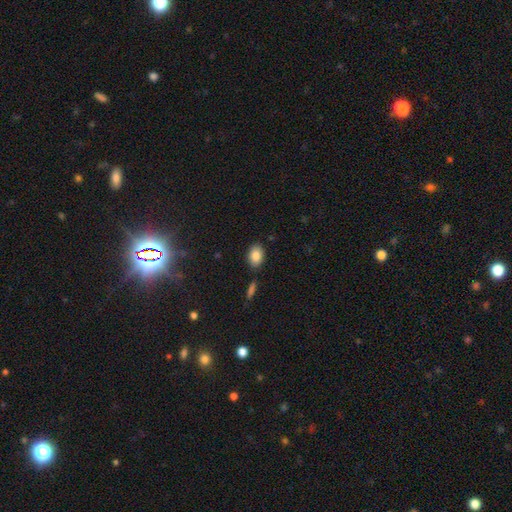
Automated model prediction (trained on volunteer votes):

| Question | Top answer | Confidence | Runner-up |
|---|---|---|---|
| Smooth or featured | smooth | 85% | star or artifact (8%) |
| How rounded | in between | 85% | round (14%) |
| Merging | none | 83% | minor disturbance (11%) |